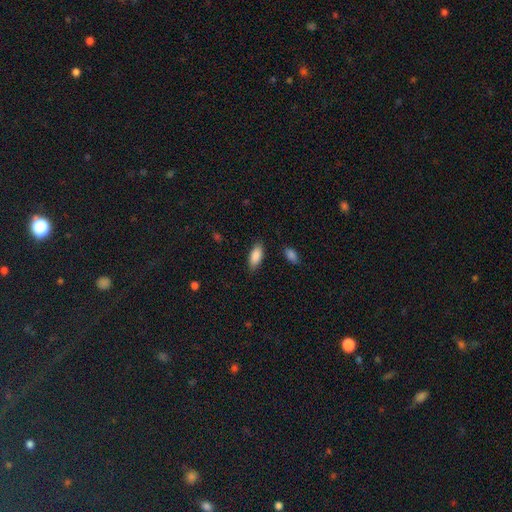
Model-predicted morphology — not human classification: Q: Smooth or featured?
A: smooth (88%); runner-up: star or artifact (6%)
Q: How rounded?
A: in between (84%); runner-up: cigar-shaped (14%)
Q: Merging?
A: none (85%); runner-up: minor disturbance (11%)